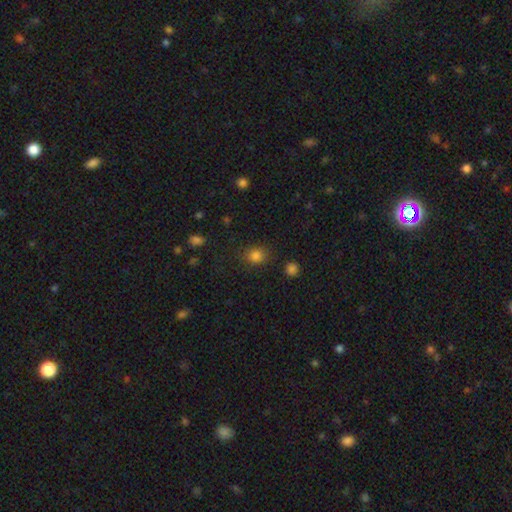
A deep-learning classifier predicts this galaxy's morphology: A smooth galaxy with no disk features (81%) that is round (69%). Merging: none (80%).